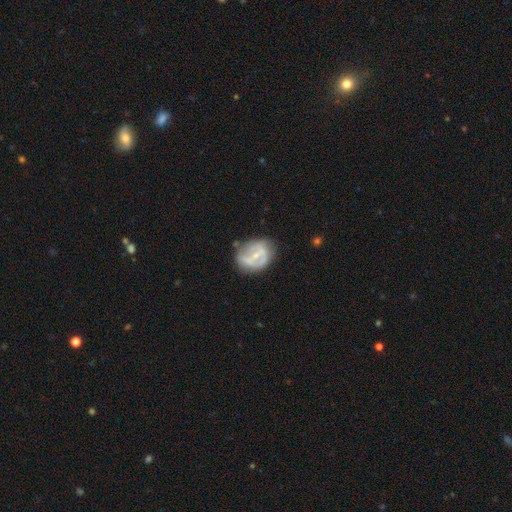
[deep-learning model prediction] smooth_or_featured: featured or disk (p=0.67) [alt: smooth p=0.26]
disk_edge_on: no (p=0.97) [alt: yes p=0.03]
bar: weak (p=0.46) [alt: no p=0.32]
has_spiral_arms: yes (p=0.66) [alt: no p=0.34]
bulge_size: small (p=0.61) [alt: moderate p=0.30]
merging: none (p=0.53) [alt: minor disturbance p=0.29]